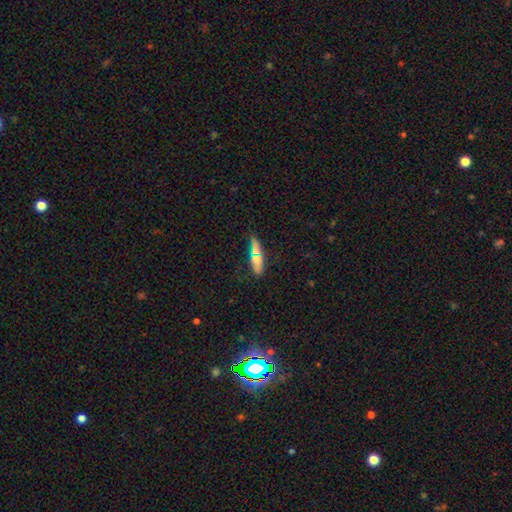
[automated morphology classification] Smooth or featured?
  - smooth: 66% *
  - featured or disk: 20%
  - star or artifact: 13%
How rounded?
  - cigar-shaped: 53% *
  - in between: 42%
  - round: 5%
Merging?
  - none: 83% *
  - minor disturbance: 12%
  - major disturbance: 3%
  - merger: 3%